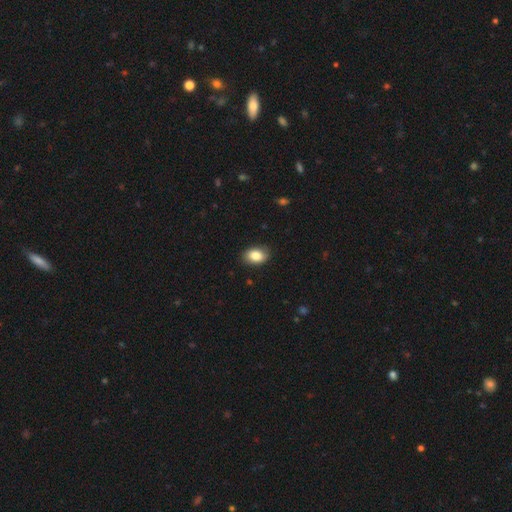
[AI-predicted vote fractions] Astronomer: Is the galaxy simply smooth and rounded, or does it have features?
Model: smooth — 84%.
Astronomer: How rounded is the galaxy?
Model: in between — 83%.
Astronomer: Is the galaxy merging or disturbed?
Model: none — 85%.